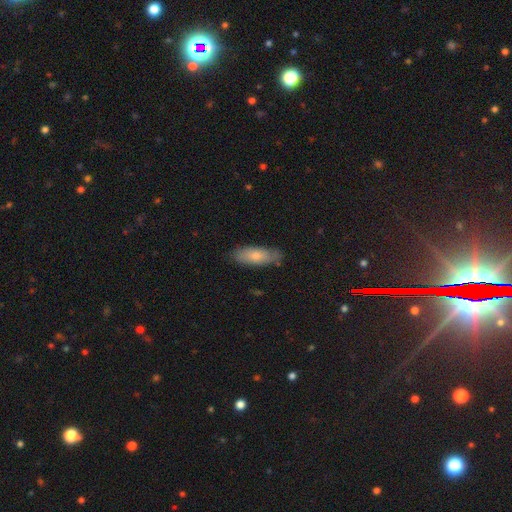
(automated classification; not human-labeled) The model was most divided on "how rounded": in between: 70%, cigar-shaped: 28%, round: 2%. More confident: merging — none (74%); smooth or featured — smooth (72%).